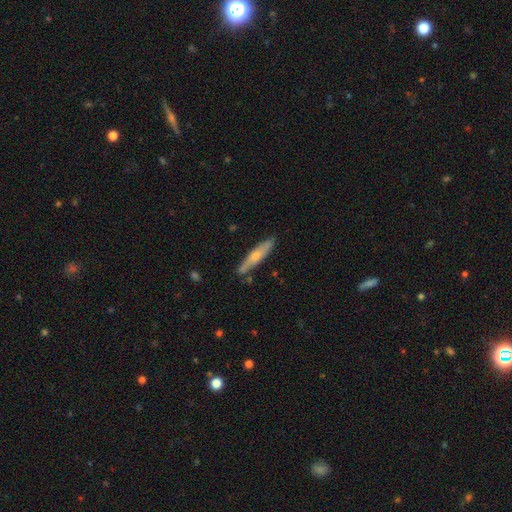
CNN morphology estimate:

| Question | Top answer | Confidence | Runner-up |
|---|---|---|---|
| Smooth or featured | smooth | 50% | featured or disk (44%) |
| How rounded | cigar-shaped | 88% | in between (10%) |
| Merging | none | 82% | minor disturbance (13%) |